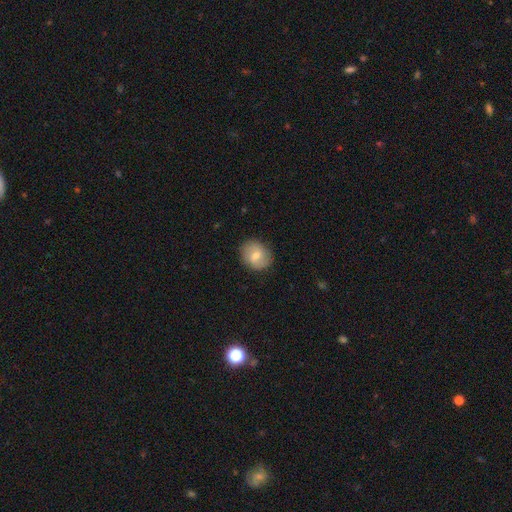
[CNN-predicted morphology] smooth-or-featured: smooth: 63% | featured or disk: 30% | star or artifact: 8%
  how-rounded: round: 69% | in between: 30% | cigar-shaped: 1%
  merging: none: 85% | minor disturbance: 11% | major disturbance: 3% | merger: 1%